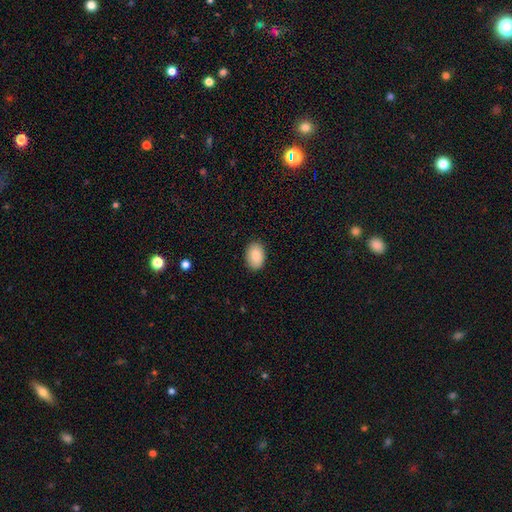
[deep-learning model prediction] This is clearly a smooth galaxy (88%). How rounded: clearly in between (85%). Merging: clearly none (89%).